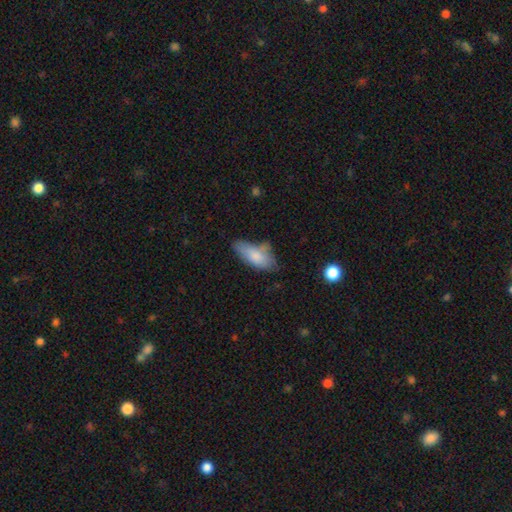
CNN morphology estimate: Overall: smooth (78%). How rounded: in between (82%). Merging: none (43%; minor disturbance 33%).